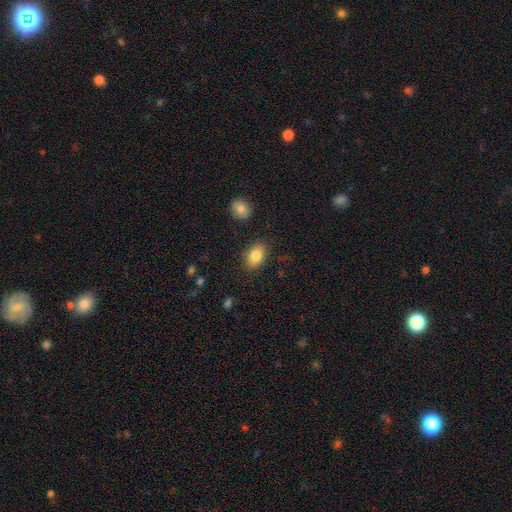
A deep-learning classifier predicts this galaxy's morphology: Smooth or featured? Predicted: smooth (p=0.85). How rounded? Predicted: in between (p=0.86). Merging? Predicted: none (p=0.85).